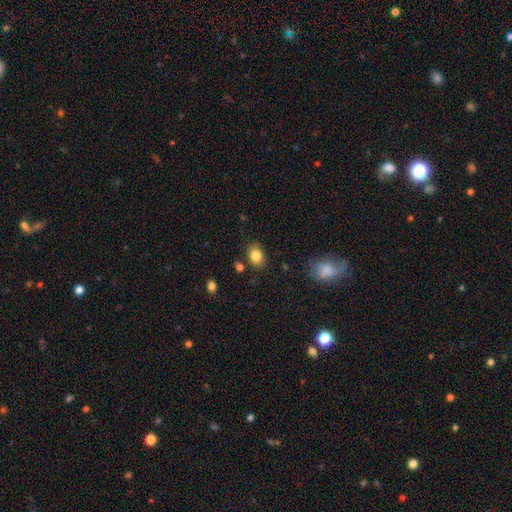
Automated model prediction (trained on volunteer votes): Smooth or featured? smooth (84%)
How rounded? in between (75%)
Merging? none (81%)